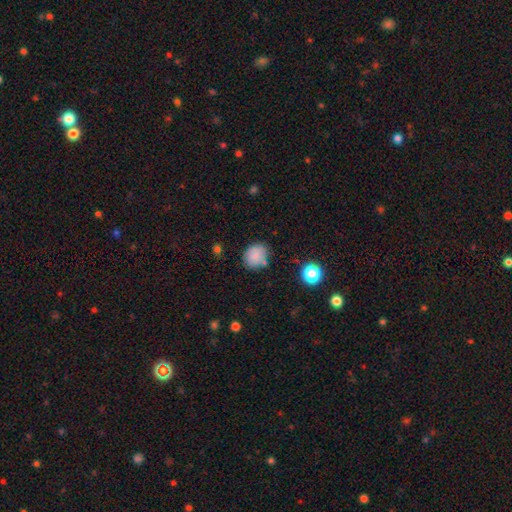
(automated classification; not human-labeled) Q: Smooth or featured?
A: smooth (80%); runner-up: featured or disk (10%)
Q: How rounded?
A: round (64%); runner-up: in between (36%)
Q: Merging?
A: none (74%); runner-up: minor disturbance (17%)